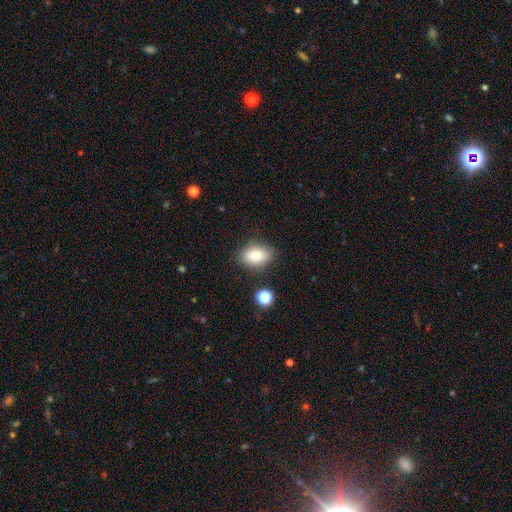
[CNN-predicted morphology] This is clearly a smooth galaxy (83%). How rounded: clearly in between (82%). Merging: clearly none (81%).